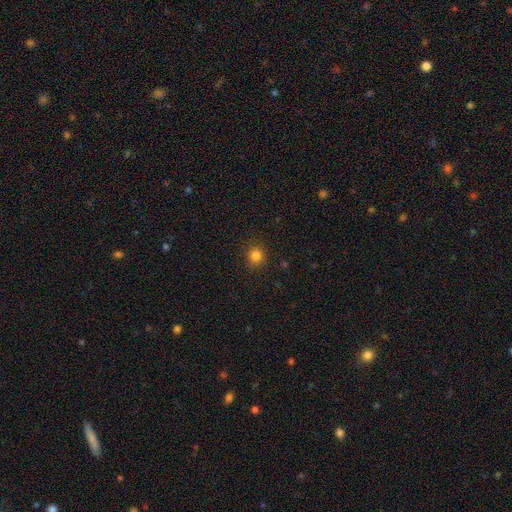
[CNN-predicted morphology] Smooth or featured: smooth — 83% (star or artifact — 13%)
How rounded: round — 90% (in between — 9%)
Merging: none — 89% (minor disturbance — 8%)